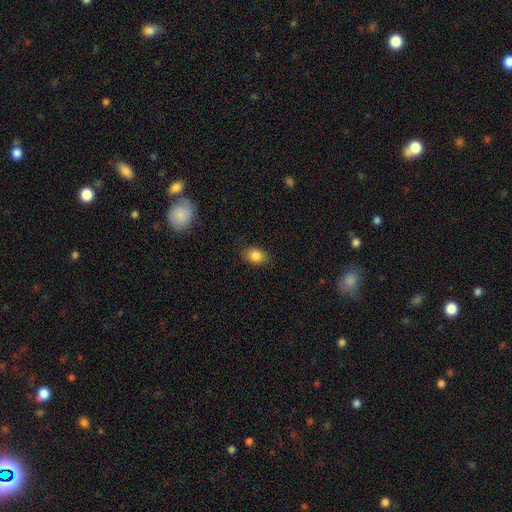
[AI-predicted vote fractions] The model was most divided on "how rounded": in between: 73%, round: 26%, cigar-shaped: 1%. More confident: smooth or featured — smooth (84%); merging — none (84%).